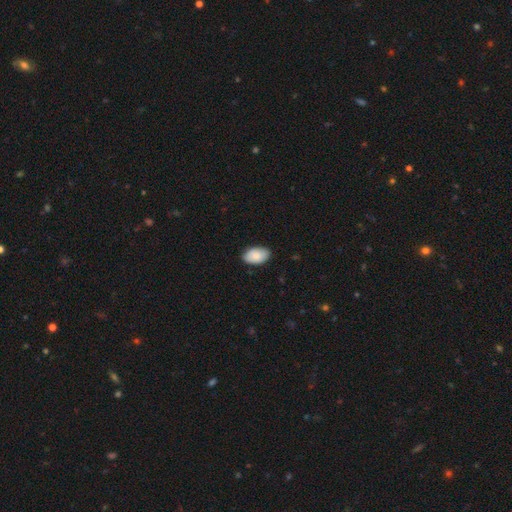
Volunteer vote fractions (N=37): smooth_or_featured: smooth (p=0.89) [alt: featured or disk p=0.05]
how_rounded: in between (p=1.00)
merging: none (p=0.83) [alt: minor disturbance p=0.14]